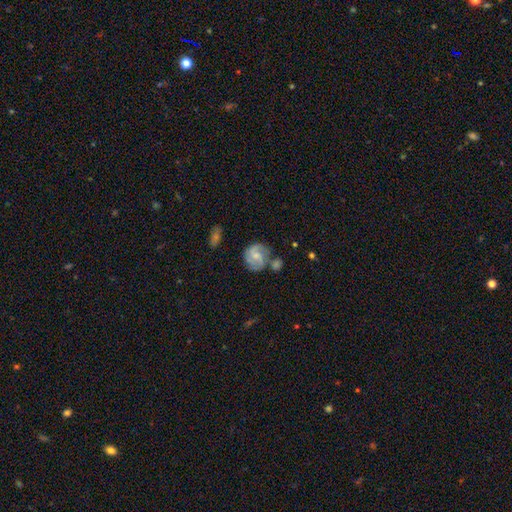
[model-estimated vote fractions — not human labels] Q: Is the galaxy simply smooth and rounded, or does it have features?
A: featured or disk — 55%.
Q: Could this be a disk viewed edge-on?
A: no — 97%.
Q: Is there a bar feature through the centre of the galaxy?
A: weak — 47%.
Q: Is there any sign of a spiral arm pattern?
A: yes — 82%.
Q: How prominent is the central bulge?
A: moderate — 43%.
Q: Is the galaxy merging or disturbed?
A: none — 53%.